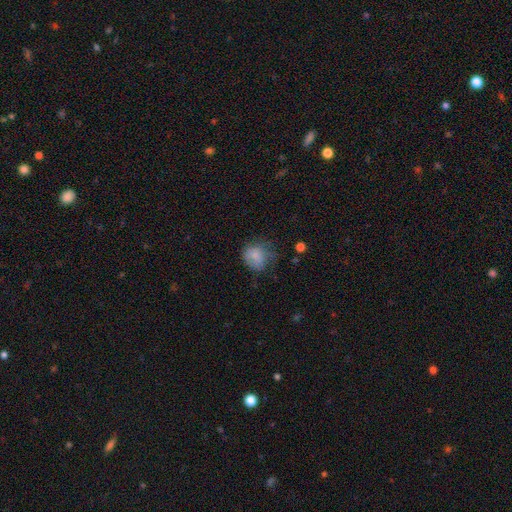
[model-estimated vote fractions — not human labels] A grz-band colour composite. It shows a smooth galaxy with no disk features (76%) that is round (74%). Merging: none (48%).